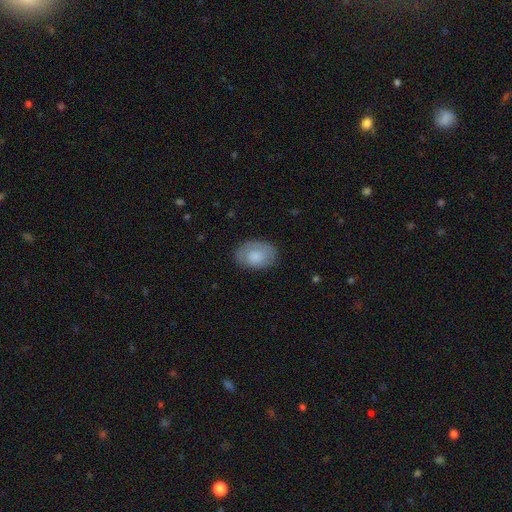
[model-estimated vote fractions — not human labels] smooth_or_featured: smooth (p=0.75) [alt: featured or disk p=0.18]
how_rounded: in between (p=0.83) [alt: round p=0.16]
merging: none (p=0.75) [alt: minor disturbance p=0.18]